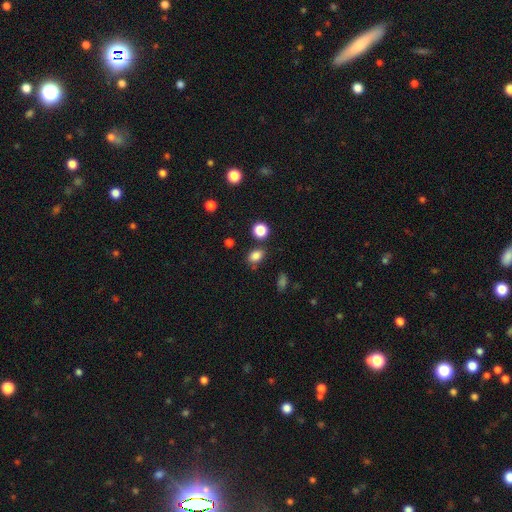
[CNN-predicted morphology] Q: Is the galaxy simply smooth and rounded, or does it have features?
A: smooth — 82%.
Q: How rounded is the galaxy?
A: in between — 66%.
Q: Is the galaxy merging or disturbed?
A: none — 76%.